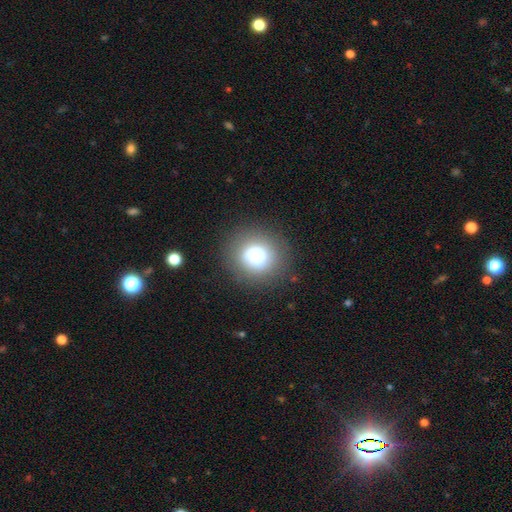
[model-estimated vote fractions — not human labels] A smooth galaxy with no disk features (77%) that is round (89%). Merging: none (83%).